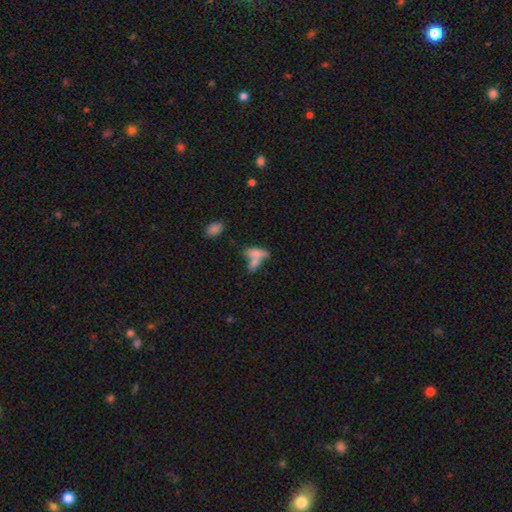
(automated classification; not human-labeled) This appears to be a smooth galaxy with no disk features (68%) that is in between round and cigar-shaped (69%). Merging: merger (58%).